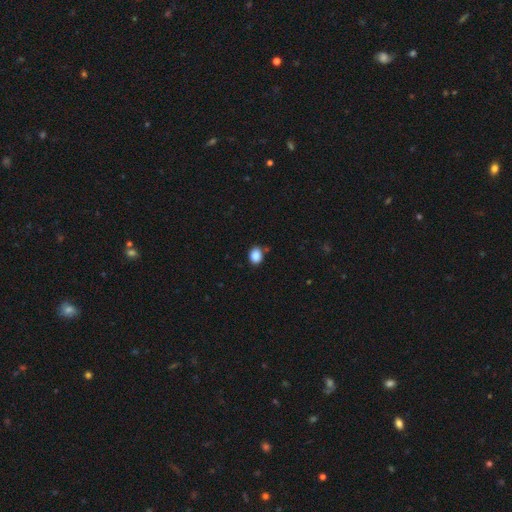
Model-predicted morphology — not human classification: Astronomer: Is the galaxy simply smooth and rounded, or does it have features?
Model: smooth — 88%.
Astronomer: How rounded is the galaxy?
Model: in between — 57% (runner-up: round, 42%).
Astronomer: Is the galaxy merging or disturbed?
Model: none — 79%.